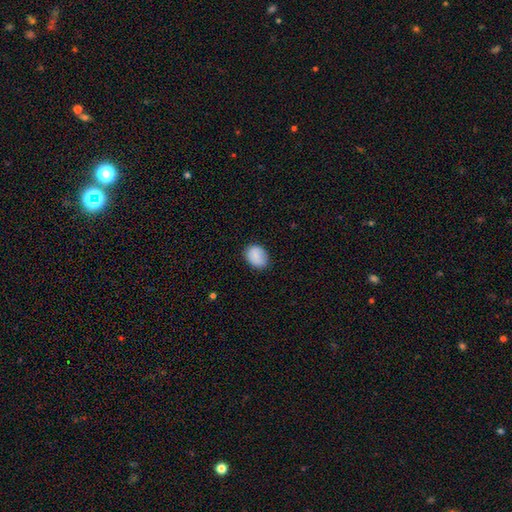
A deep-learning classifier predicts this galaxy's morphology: This is clearly a smooth galaxy (86%). How rounded: likely in between (67%). Merging: clearly none (81%).